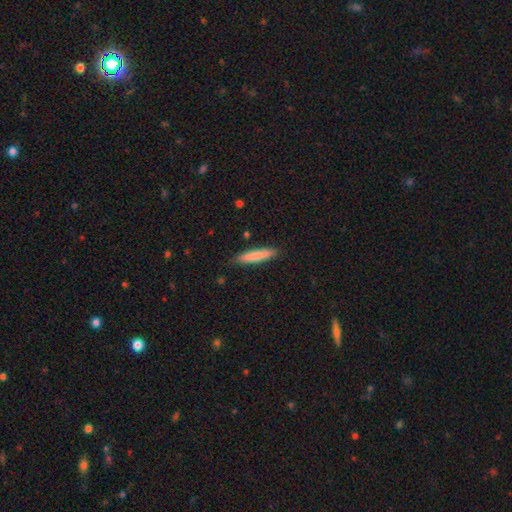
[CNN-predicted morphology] Smooth or featured? Predicted: smooth (p=0.78). How rounded? Predicted: cigar-shaped (p=0.90). Merging? Predicted: none (p=0.88).